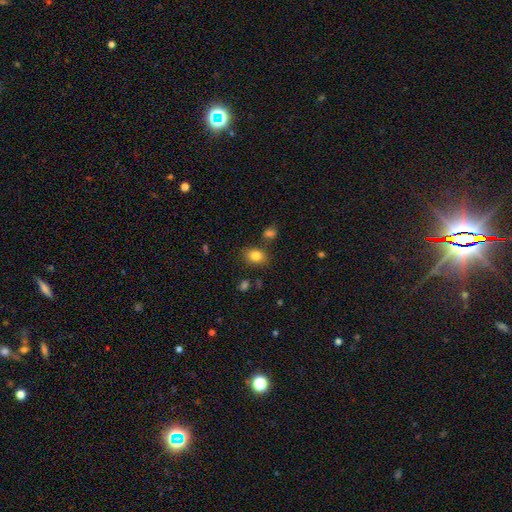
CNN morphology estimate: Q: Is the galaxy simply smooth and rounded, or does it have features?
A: smooth — 83%.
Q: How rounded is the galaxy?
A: in between — 70%.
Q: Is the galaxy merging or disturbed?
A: none — 79%.